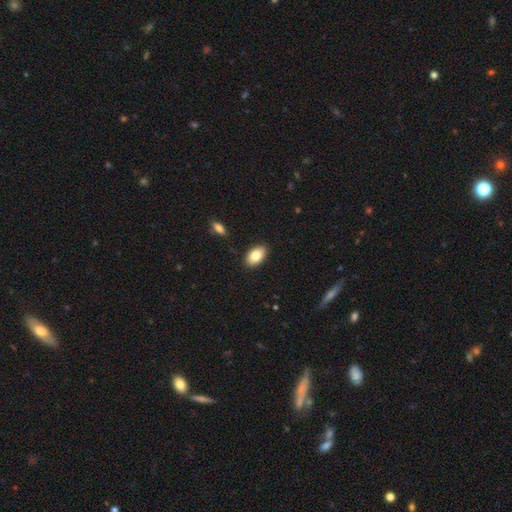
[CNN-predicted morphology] A smooth galaxy with no disk features (81%) that is in between round and cigar-shaped (93%).

Vote fractions:
- Smooth or featured? smooth: 81% / featured or disk: 12% / star or artifact: 7%
- How rounded? in between: 93% / round: 5% / cigar-shaped: 2%
- Merging? none: 89% / minor disturbance: 8% / major disturbance: 2% / merger: 1%